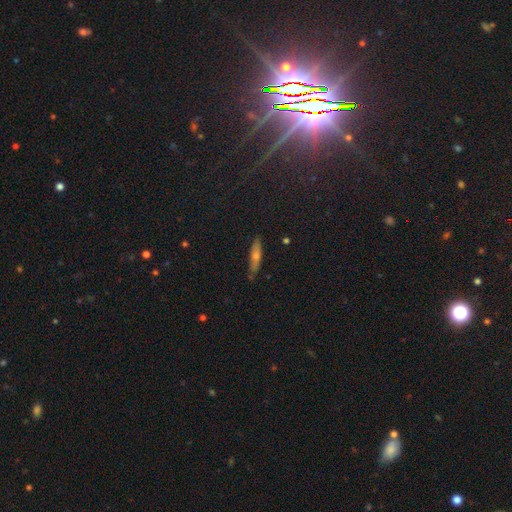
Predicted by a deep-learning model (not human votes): The model was most divided on "smooth or featured": featured or disk: 47%, smooth: 31%, star or artifact: 22%. More confident: merging — none (81%).